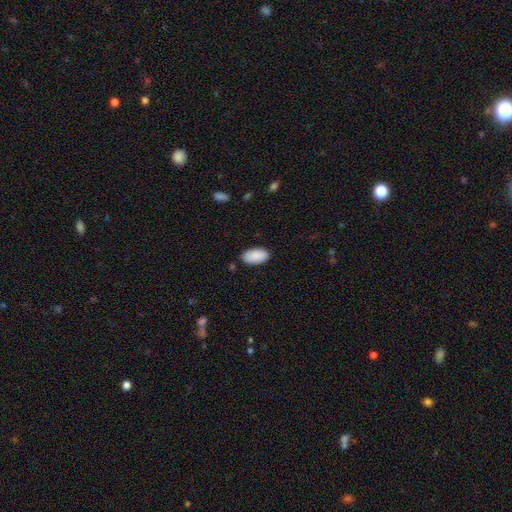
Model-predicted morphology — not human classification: This appears to be a smooth galaxy with no disk features (91%) that is in between round and cigar-shaped (96%). Merging: none (87%).